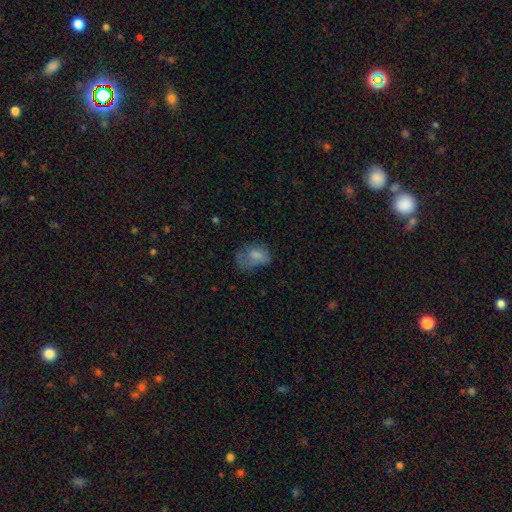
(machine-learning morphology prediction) smooth_or_featured: smooth (p=0.69) [alt: featured or disk p=0.20]
how_rounded: in between (p=0.78) [alt: round p=0.21]
merging: none (p=0.35) [alt: major disturbance p=0.32]